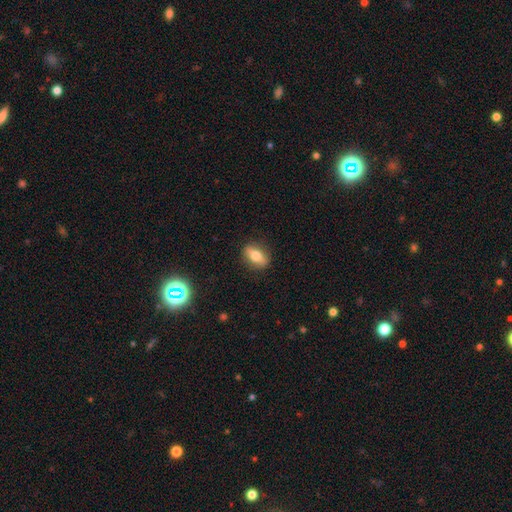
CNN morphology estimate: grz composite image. It shows a smooth galaxy with no disk features (63%) that is in between round and cigar-shaped (71%). Merging: none (86%).